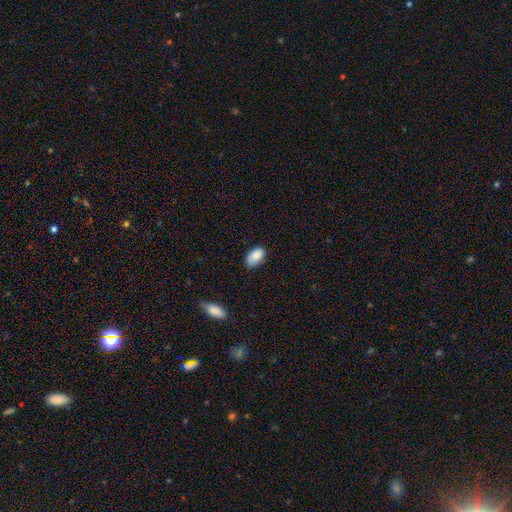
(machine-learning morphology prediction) smooth 85%, featured or disk 8%, star or artifact 7%. Down the decision tree: how rounded — in between (92%); merging — none (70%).